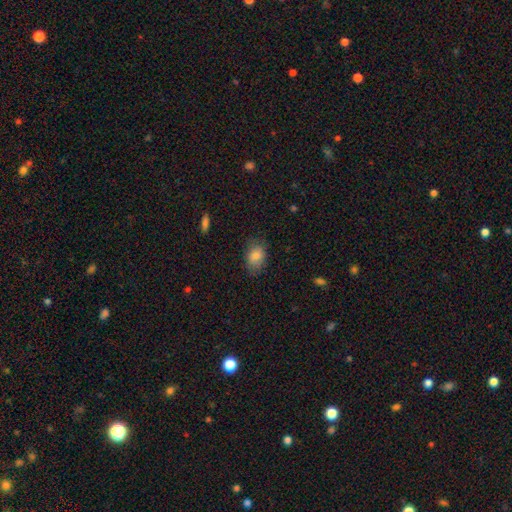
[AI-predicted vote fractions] smooth-or-featured: smooth: 83% | featured or disk: 9% | star or artifact: 8%
  how-rounded: in between: 79% | round: 20% | cigar-shaped: 1%
  merging: none: 74% | minor disturbance: 20% | major disturbance: 5% | merger: 1%